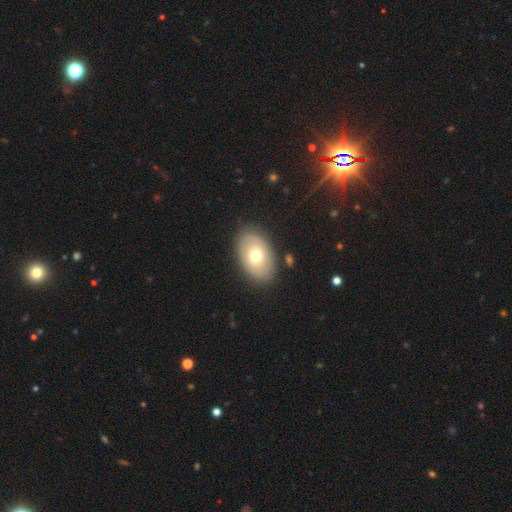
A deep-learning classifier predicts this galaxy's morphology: Smooth or featured: smooth — 66% (featured or disk — 27%)
How rounded: in between — 90% (round — 9%)
Merging: none — 85% (minor disturbance — 10%)